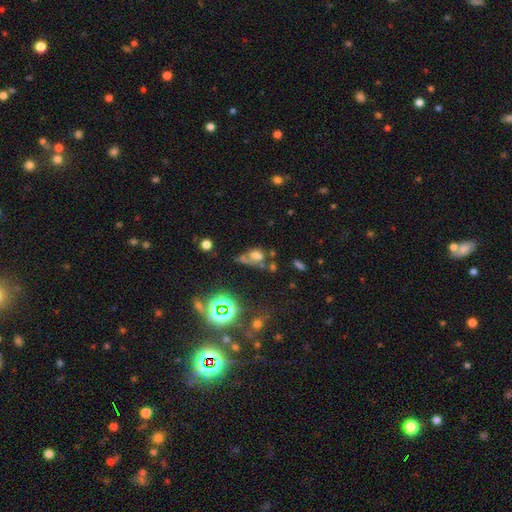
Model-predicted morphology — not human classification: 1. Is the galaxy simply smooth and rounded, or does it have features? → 43% smooth, 30% star or artifact, 26% featured or disk.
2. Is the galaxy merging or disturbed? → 30% none, 27% merger, 25% major disturbance, 19% minor disturbance.